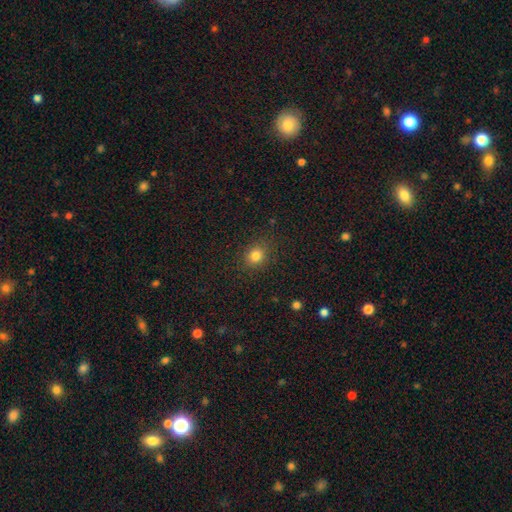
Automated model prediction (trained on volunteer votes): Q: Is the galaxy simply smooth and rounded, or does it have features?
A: smooth — 81%.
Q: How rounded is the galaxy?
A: round — 76%.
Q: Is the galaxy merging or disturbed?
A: none — 87%.